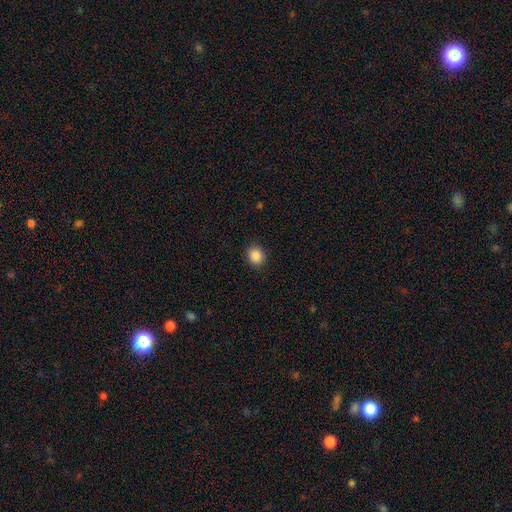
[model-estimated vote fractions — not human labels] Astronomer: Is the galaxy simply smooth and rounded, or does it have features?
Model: smooth — 87%.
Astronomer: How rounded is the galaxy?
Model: round — 75%.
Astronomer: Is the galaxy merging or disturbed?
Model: none — 90%.